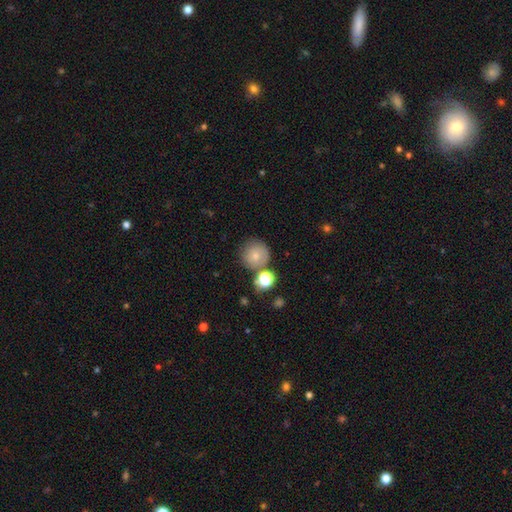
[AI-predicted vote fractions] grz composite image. It shows a smooth galaxy with no disk features (72%) that is round (91%). Merging: none (64%).